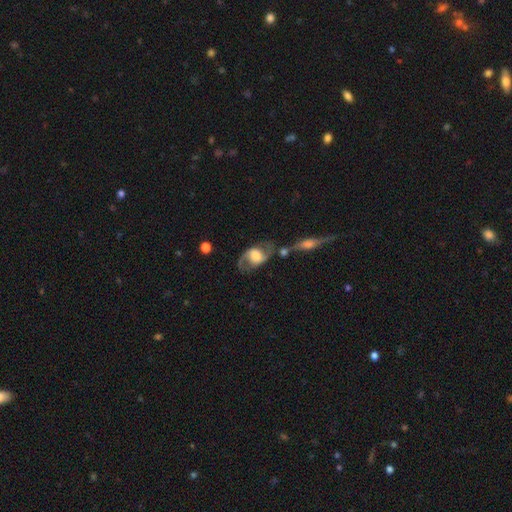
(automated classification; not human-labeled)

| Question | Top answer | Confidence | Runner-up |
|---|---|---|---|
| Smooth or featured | featured or disk | 76% | smooth (18%) |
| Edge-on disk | no | 93% | yes (7%) |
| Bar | no | 42% | weak (41%) |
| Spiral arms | yes | 90% | no (10%) |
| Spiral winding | medium | 44% | tied: loose (44%) |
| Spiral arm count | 2 | 90% | can't tell (4%) |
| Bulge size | large | 48% | moderate (26%) |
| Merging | none | 58% | minor disturbance (18%) |